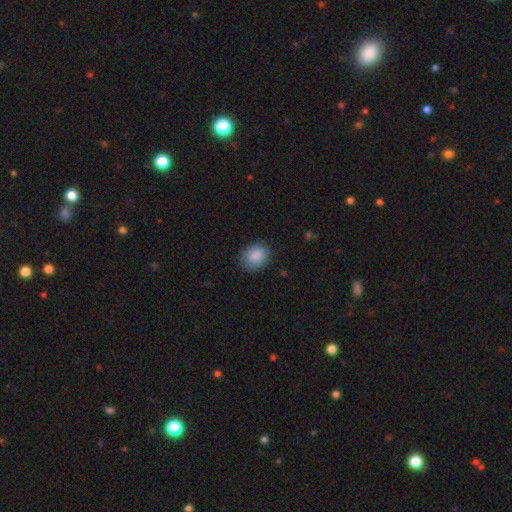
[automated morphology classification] This appears to be a smooth galaxy with no disk features (87%) that is in between round and cigar-shaped (54%). Merging: none (84%).